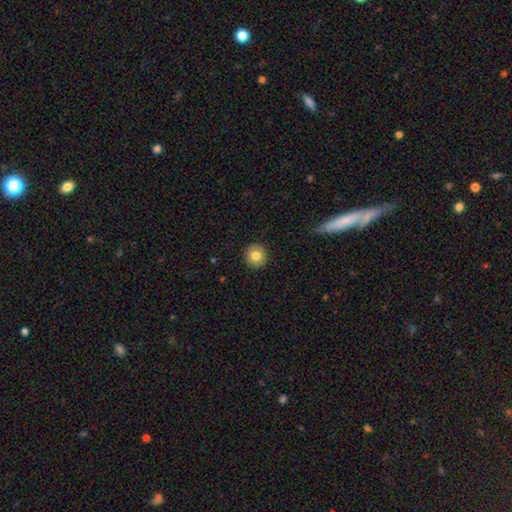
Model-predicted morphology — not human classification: A smooth galaxy with no disk features (81%) that is round (94%).

Vote fractions:
- Smooth or featured? smooth: 81% / featured or disk: 10% / star or artifact: 8%
- How rounded? round: 94% / in between: 5% / cigar-shaped: 1%
- Merging? none: 92% / minor disturbance: 5% / major disturbance: 2% / merger: 1%